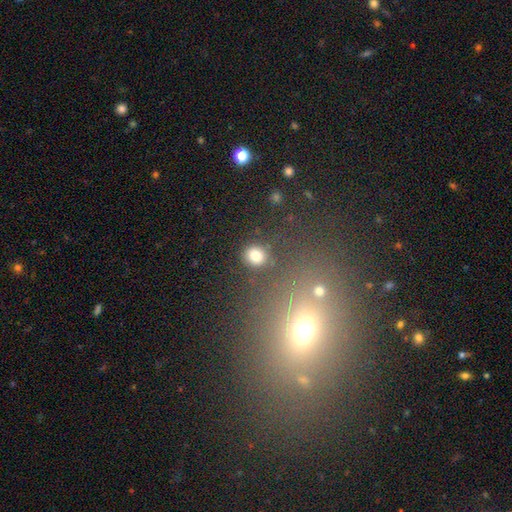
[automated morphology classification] The model was most divided on "how rounded": round: 80%, in between: 19%, cigar-shaped: 1%. More confident: merging — none (82%); smooth or featured — smooth (82%).